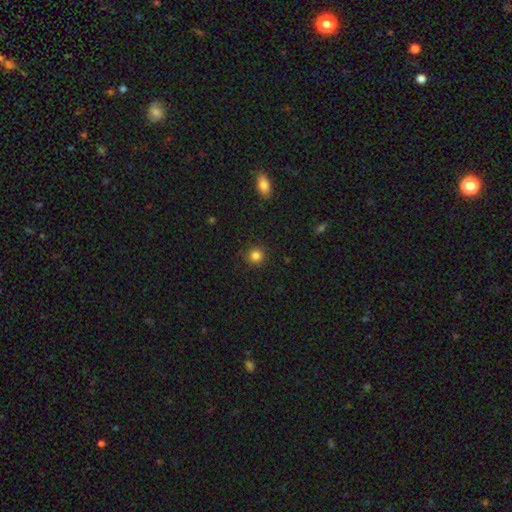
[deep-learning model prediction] smooth 84%, star or artifact 12%, featured or disk 4%. Down the decision tree: how rounded — round (94%); merging — none (89%).